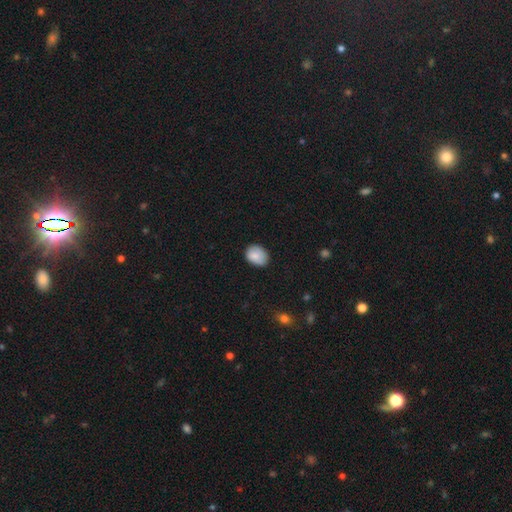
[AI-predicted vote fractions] Smooth or featured?
  - smooth: 85% *
  - star or artifact: 7%
  - featured or disk: 7%
How rounded?
  - in between: 65% *
  - round: 34%
  - cigar-shaped: 1%
Merging?
  - none: 76% *
  - minor disturbance: 20%
  - major disturbance: 3%
  - merger: 1%